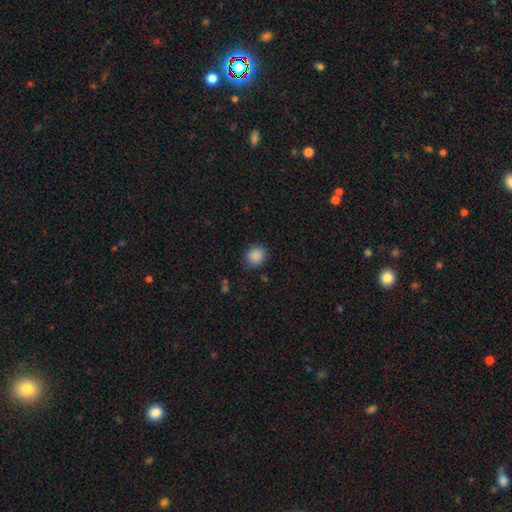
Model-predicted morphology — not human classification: A smooth galaxy with no disk features (88%) that is round (80%).

Vote fractions:
- Smooth or featured? smooth: 88% / star or artifact: 9% / featured or disk: 3%
- How rounded? round: 80% / in between: 19% / cigar-shaped: 1%
- Merging? none: 87% / minor disturbance: 9% / major disturbance: 3% / merger: 1%